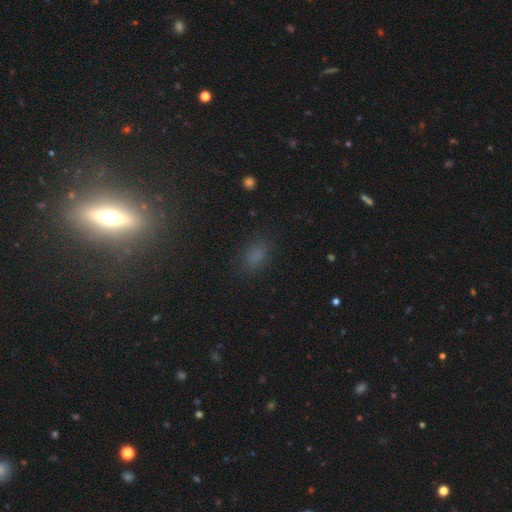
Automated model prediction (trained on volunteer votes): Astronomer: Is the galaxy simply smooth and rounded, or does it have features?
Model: smooth — 74%.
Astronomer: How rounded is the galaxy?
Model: in between — 82%.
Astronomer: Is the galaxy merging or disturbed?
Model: none — 81%.